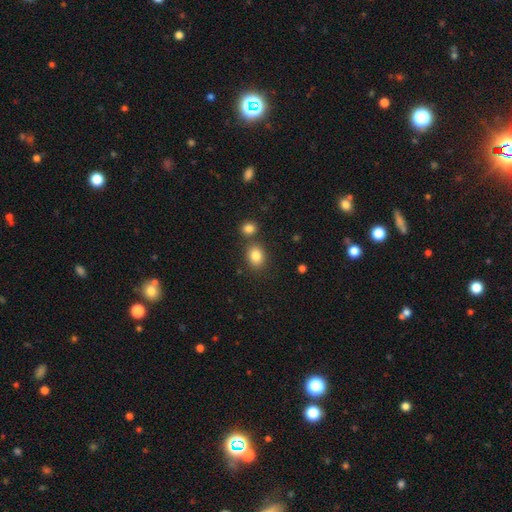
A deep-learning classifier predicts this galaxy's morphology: The model was most divided on "how rounded": in between: 57%, round: 42%, cigar-shaped: 1%. More confident: smooth or featured — smooth (84%); merging — none (72%).